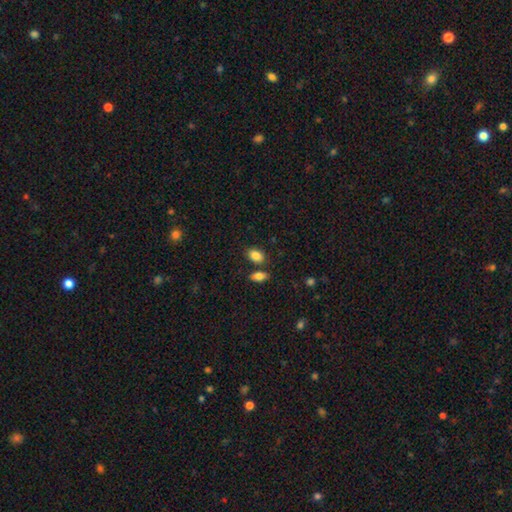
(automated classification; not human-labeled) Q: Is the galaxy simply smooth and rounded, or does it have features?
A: smooth — 85%.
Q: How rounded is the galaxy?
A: in between — 85%.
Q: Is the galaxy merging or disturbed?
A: none — 73%.